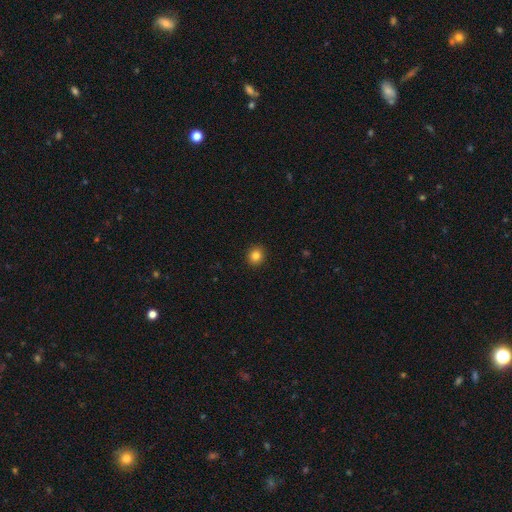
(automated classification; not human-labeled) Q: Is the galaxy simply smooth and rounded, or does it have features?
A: smooth — 83%.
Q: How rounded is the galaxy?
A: round — 88%.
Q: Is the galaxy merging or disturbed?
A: none — 93%.